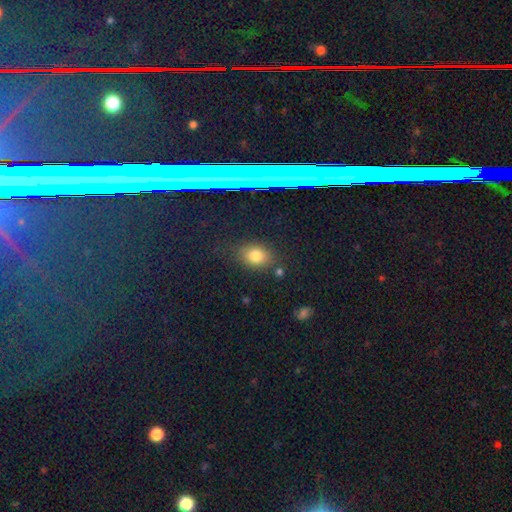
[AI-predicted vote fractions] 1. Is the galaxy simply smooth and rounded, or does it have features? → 75% smooth, 17% star or artifact, 8% featured or disk.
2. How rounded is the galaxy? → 57% in between, 41% round, 2% cigar-shaped.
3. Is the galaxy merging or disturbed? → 80% none, 12% minor disturbance, 4% major disturbance, 3% merger.